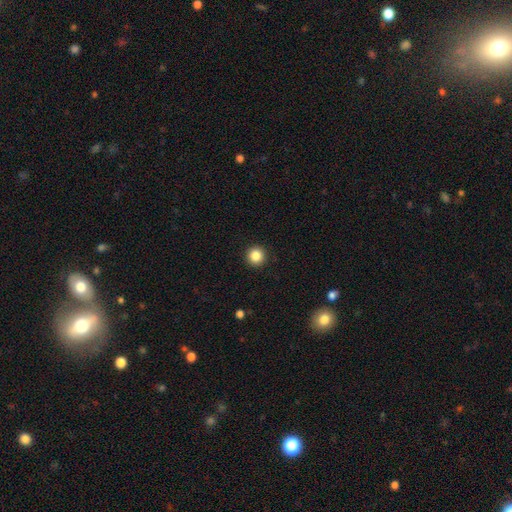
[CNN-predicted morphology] smooth 85%, star or artifact 10%, featured or disk 4%. Down the decision tree: how rounded — round (95%); merging — none (93%).